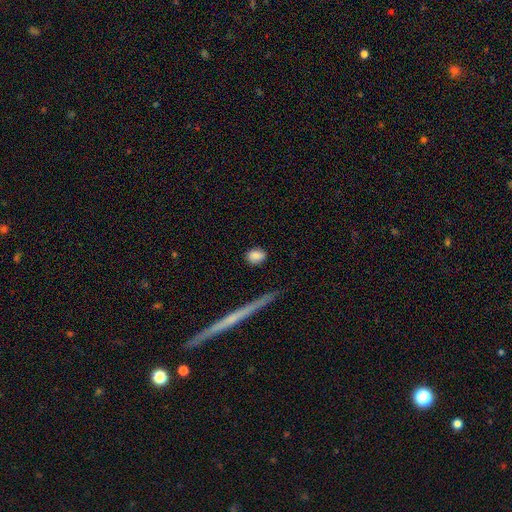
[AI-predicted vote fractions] A smooth galaxy with no disk features (85%) that is round (50%). Merging: none (84%).